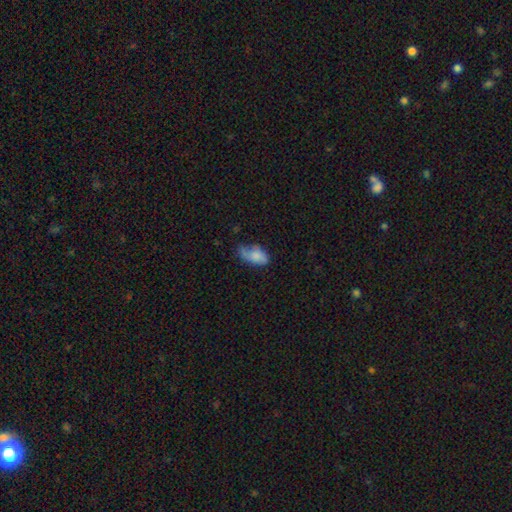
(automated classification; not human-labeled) Smooth or featured?
  - smooth: 71% *
  - featured or disk: 20%
  - star or artifact: 8%
How rounded?
  - in between: 92% *
  - round: 5%
  - cigar-shaped: 3%
Merging?
  - none: 37% * (tied)
  - minor disturbance: 37% * (tied)
  - major disturbance: 21%
  - merger: 5%